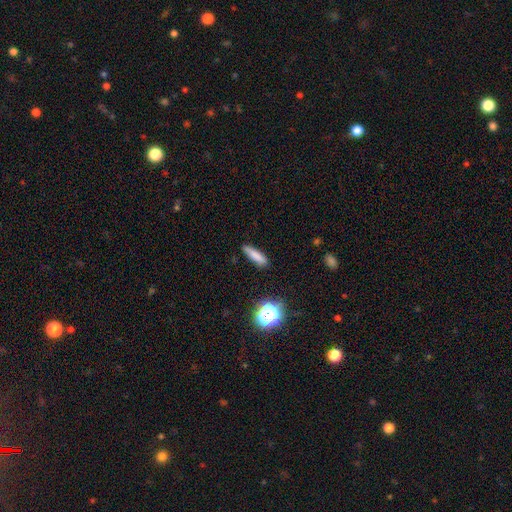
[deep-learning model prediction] smooth_or_featured: smooth (p=0.79) [alt: star or artifact p=0.11]
how_rounded: cigar-shaped (p=0.73) [alt: in between p=0.24]
merging: none (p=0.83) [alt: minor disturbance p=0.12]